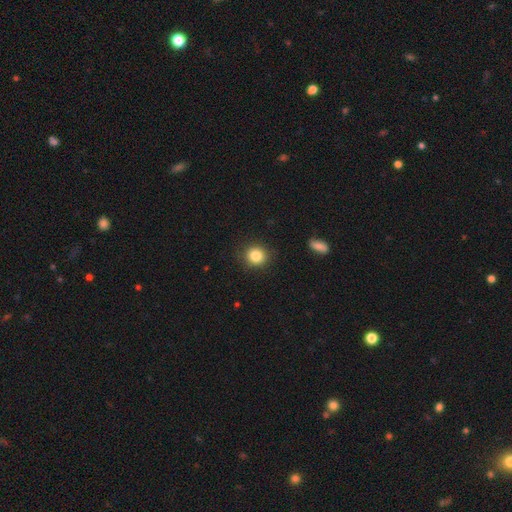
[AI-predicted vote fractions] Q: Smooth or featured?
A: smooth (84%); runner-up: star or artifact (10%)
Q: How rounded?
A: round (89%); runner-up: in between (10%)
Q: Merging?
A: none (89%); runner-up: minor disturbance (8%)